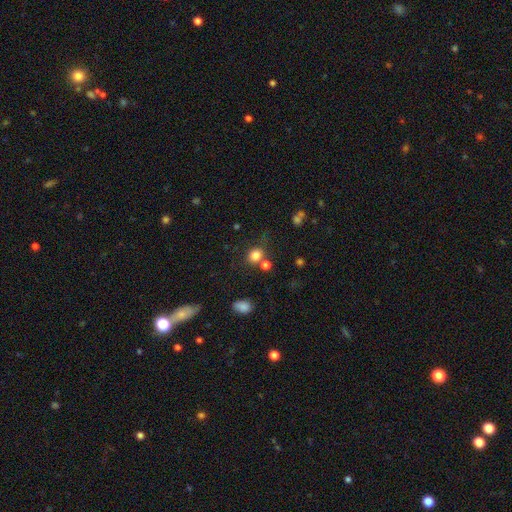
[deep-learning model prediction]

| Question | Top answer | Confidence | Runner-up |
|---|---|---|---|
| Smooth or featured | smooth | 81% | star or artifact (13%) |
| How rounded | round | 74% | in between (25%) |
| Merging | none | 67% | merger (16%) |